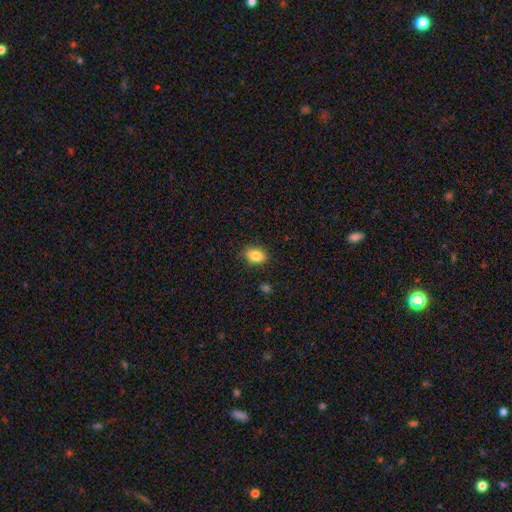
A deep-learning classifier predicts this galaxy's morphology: Smooth or featured? smooth (85%)
How rounded? in between (82%)
Merging? none (84%)